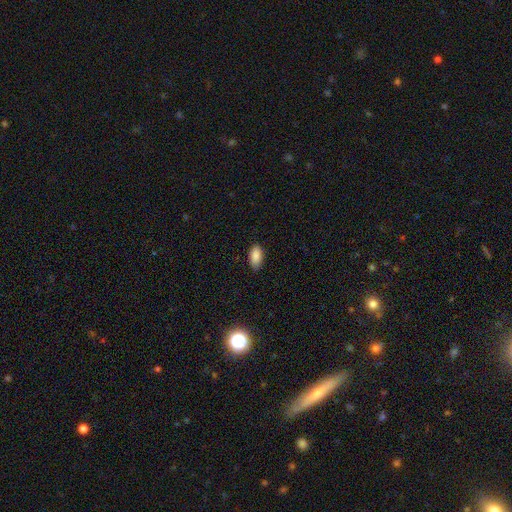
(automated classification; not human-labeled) The model was most divided on "merging": none: 85%, minor disturbance: 12%, major disturbance: 2%, merger: 1%. More confident: how rounded — in between (93%); smooth or featured — smooth (88%).